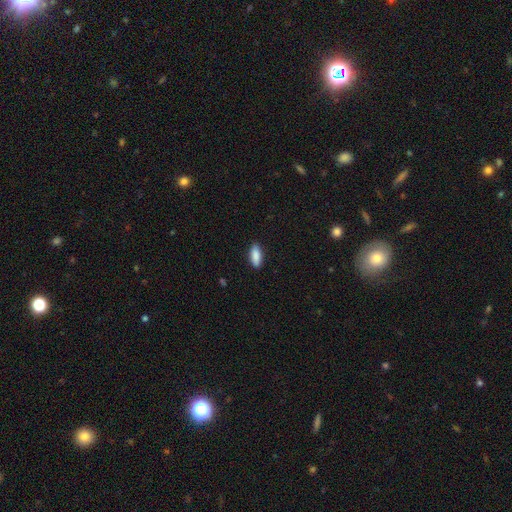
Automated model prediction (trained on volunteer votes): smooth 87%, featured or disk 7%, star or artifact 6%. Down the decision tree: how rounded — in between (74%); merging — none (89%).